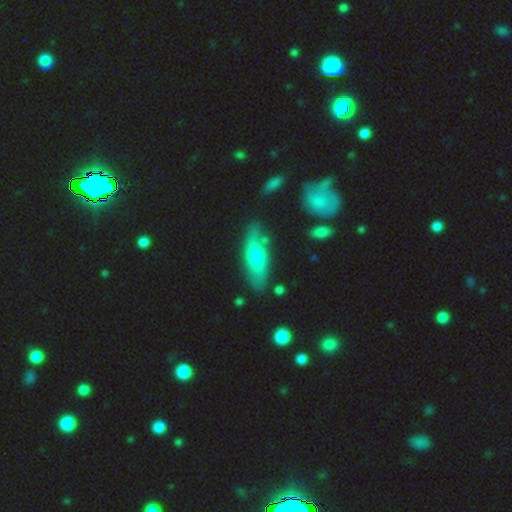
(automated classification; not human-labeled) Smooth or featured?
  - smooth: 57% *
  - featured or disk: 37%
  - star or artifact: 6%
How rounded?
  - in between: 54% *
  - cigar-shaped: 43%
  - round: 3%
Merging?
  - none: 78% *
  - minor disturbance: 15%
  - merger: 4%
  - major disturbance: 3%